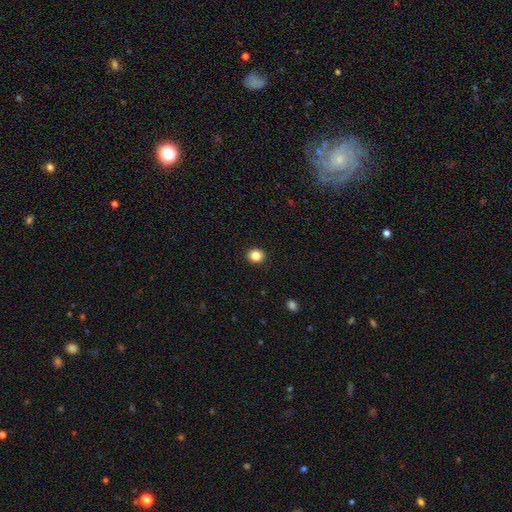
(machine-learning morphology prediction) The model was most divided on "how rounded": round: 73%, in between: 27%, cigar-shaped: 1%. More confident: merging — none (92%); smooth or featured — smooth (85%).